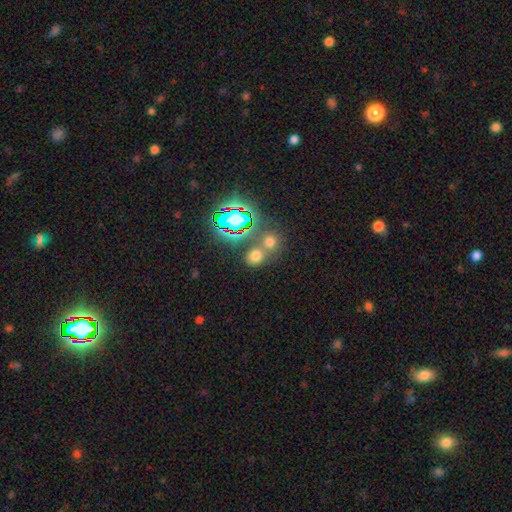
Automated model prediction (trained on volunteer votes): This is likely a smooth galaxy (60%). How rounded: likely round (66%). Merging: possibly none (58%).